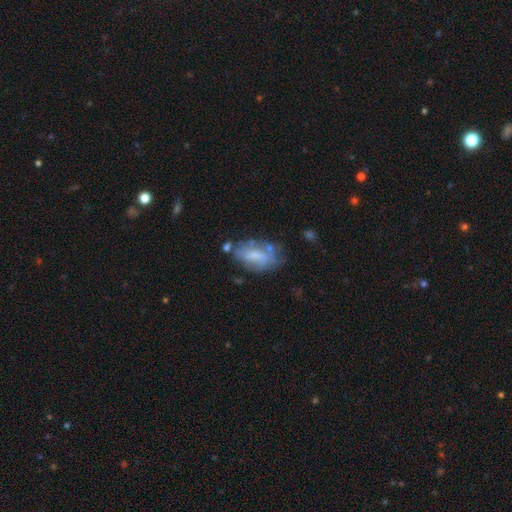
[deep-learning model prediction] Overall: smooth (55%; featured or disk 37%). How rounded: in between (90%). Merging: none (47%; minor disturbance 28%).